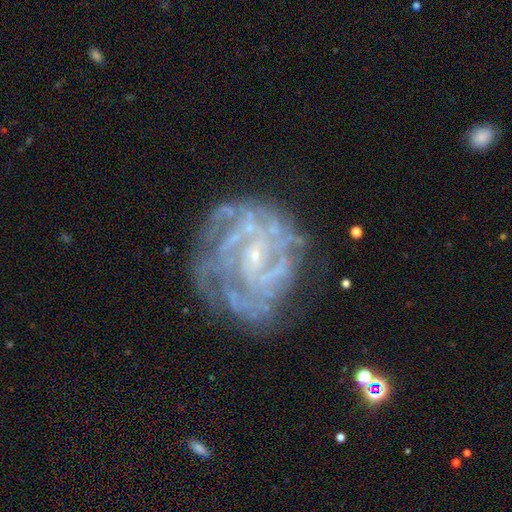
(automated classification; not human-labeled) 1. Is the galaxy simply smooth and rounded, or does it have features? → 85% featured or disk, 8% star or artifact, 7% smooth.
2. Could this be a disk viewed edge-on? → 98% no, 2% yes.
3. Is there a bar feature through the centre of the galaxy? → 54% no, 36% weak, 11% strong.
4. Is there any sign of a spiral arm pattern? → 89% yes, 11% no.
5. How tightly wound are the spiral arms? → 68% tight, 25% medium, 7% loose.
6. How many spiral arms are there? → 38% can't tell, 18% 4, 15% 3, 13% 2, 9% more than 4, 7% 1.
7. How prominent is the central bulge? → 81% small, 9% none, 8% moderate, 1% large, 1% dominant.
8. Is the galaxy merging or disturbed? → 67% none, 19% minor disturbance, 12% major disturbance, 3% merger.